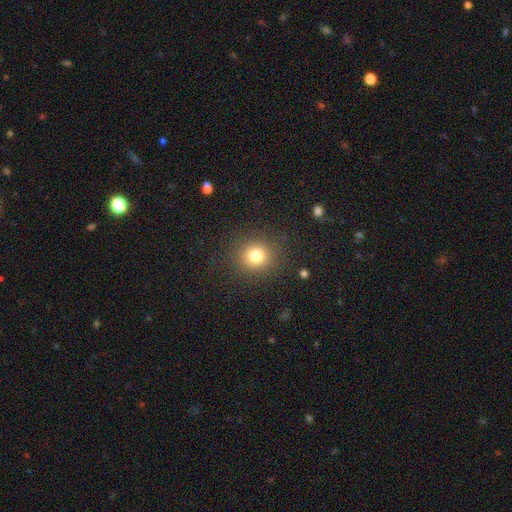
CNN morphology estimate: smooth 78%, star or artifact 14%, featured or disk 7%. Down the decision tree: how rounded — round (89%); merging — none (89%).